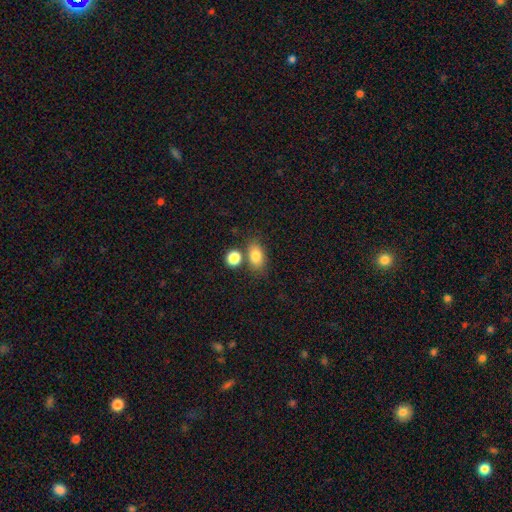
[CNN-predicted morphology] Smooth or featured? Predicted: smooth (p=0.81). How rounded? Predicted: in between (p=0.79). Merging? Predicted: none (p=0.67).